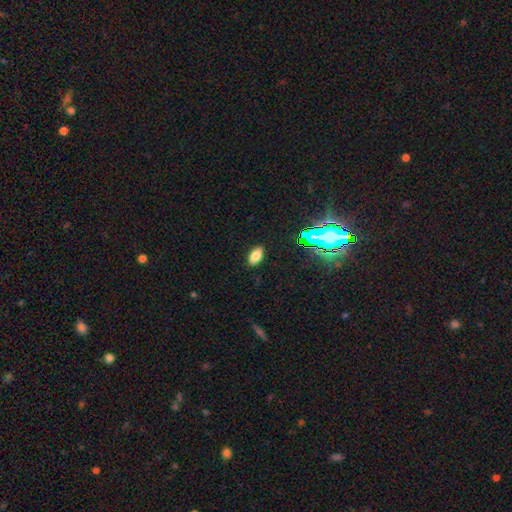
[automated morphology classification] This appears to be a smooth galaxy with no disk features (76%) that is in between round and cigar-shaped (90%). Merging: none (89%).